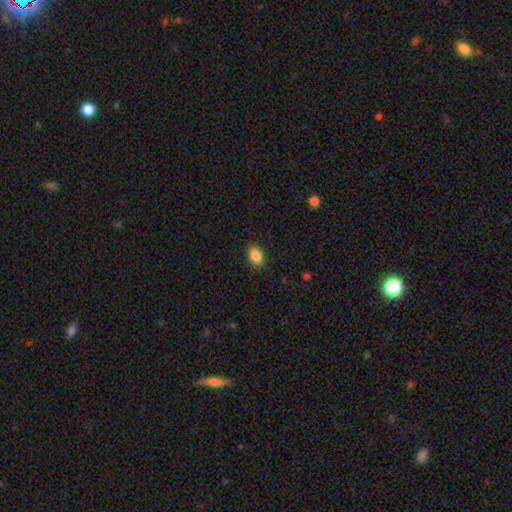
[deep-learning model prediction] This is clearly a smooth galaxy (87%). How rounded: clearly in between (81%). Merging: clearly none (88%).